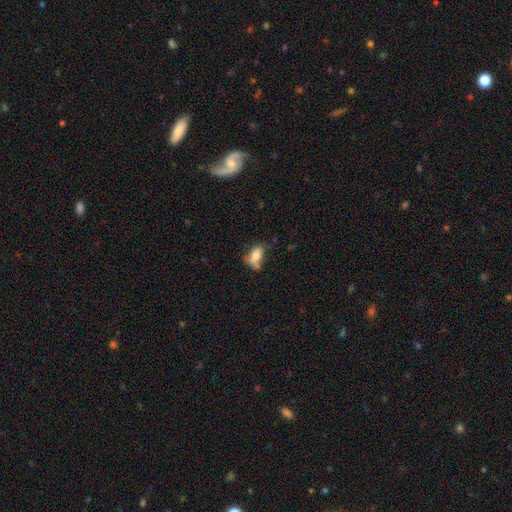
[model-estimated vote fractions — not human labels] Smooth or featured? Predicted: smooth (p=0.67). How rounded? Predicted: in between (p=0.85). Merging? Predicted: none (p=0.38).